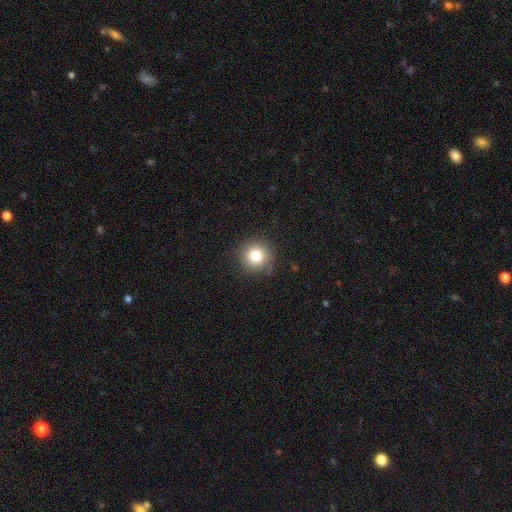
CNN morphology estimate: smooth_or_featured: smooth (p=0.80) [alt: star or artifact p=0.12]
how_rounded: round (p=0.94) [alt: in between p=0.06]
merging: none (p=0.86) [alt: minor disturbance p=0.10]